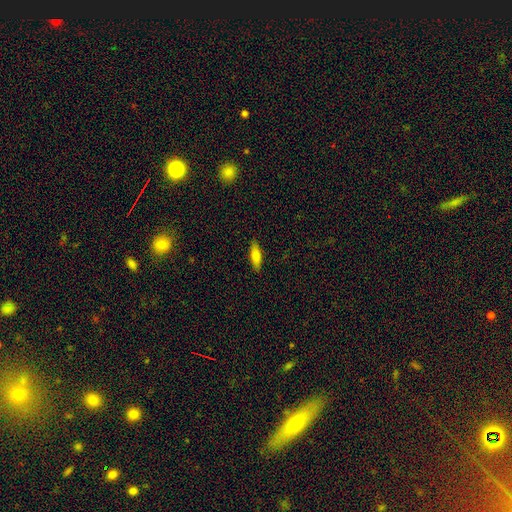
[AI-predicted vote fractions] This appears to be a smooth galaxy with no disk features (76%) that is in between round and cigar-shaped (54%). Merging: none (88%).